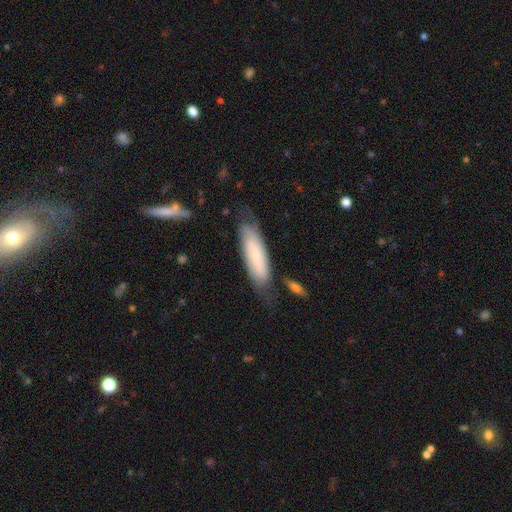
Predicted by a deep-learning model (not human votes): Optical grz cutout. It shows a smooth galaxy with no disk features (53%) that is cigar-shaped (55%). Merging: none (61%).